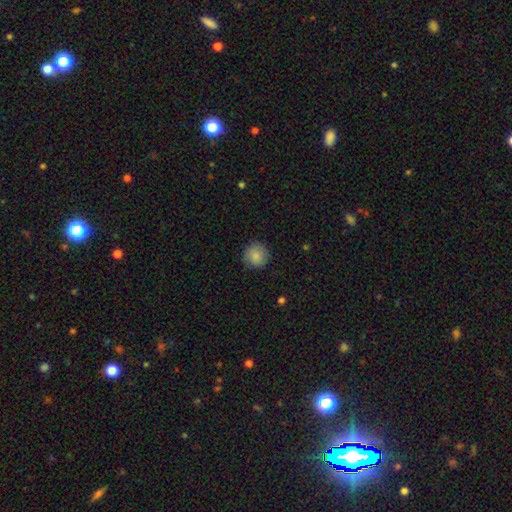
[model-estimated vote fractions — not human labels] A smooth galaxy with no disk features (83%) that is round (92%). Merging: none (84%).